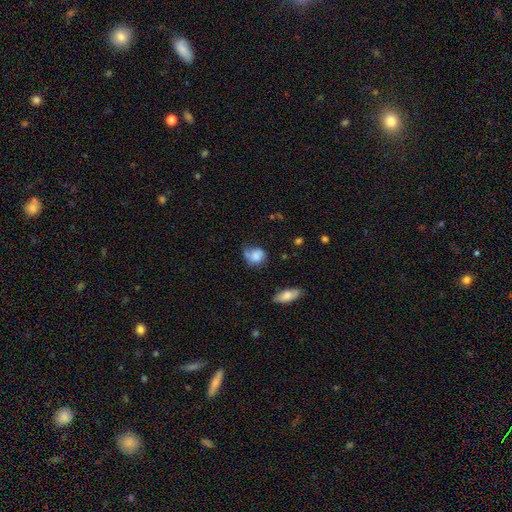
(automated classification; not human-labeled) Smooth or featured? Predicted: smooth (p=0.75). How rounded? Predicted: round (p=0.64). Merging? Predicted: none (p=0.42).